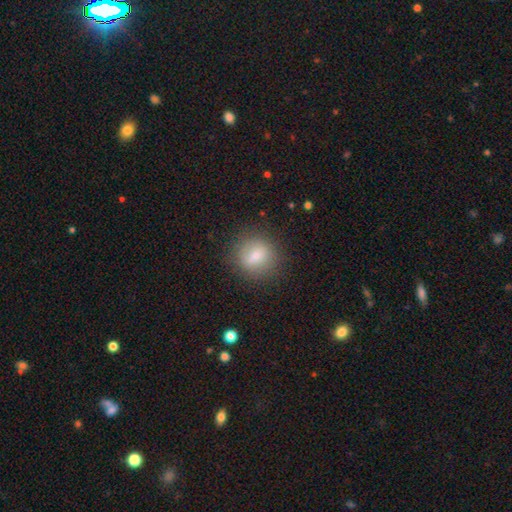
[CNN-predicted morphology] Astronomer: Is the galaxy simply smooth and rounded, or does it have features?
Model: smooth — 69%.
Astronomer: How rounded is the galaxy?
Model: round — 85%.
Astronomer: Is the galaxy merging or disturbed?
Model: none — 83%.